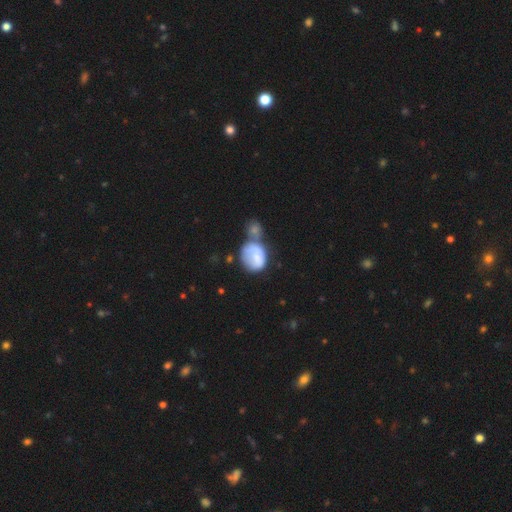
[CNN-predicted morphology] Smooth or featured? smooth (64%)
How rounded? round (54%)
Merging? merger (49%)